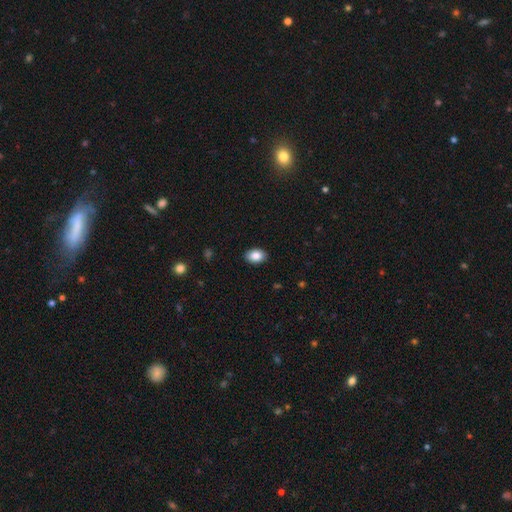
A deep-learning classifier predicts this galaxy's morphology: This appears to be a smooth galaxy with no disk features (87%) that is in between round and cigar-shaped (82%). Merging: none (89%).